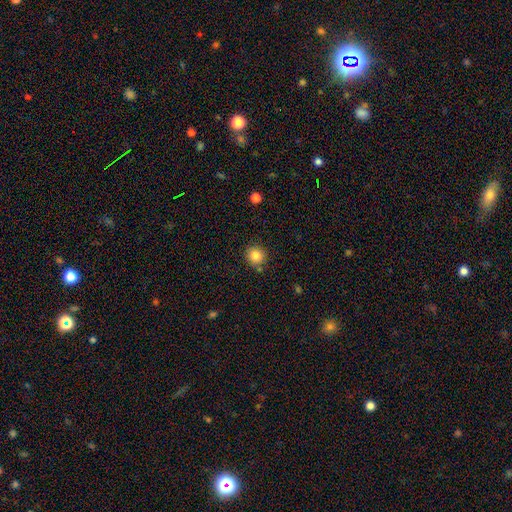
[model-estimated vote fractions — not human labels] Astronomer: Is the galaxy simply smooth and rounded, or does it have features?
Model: smooth — 84%.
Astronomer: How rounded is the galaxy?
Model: round — 91%.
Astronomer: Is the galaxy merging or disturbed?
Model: none — 85%.